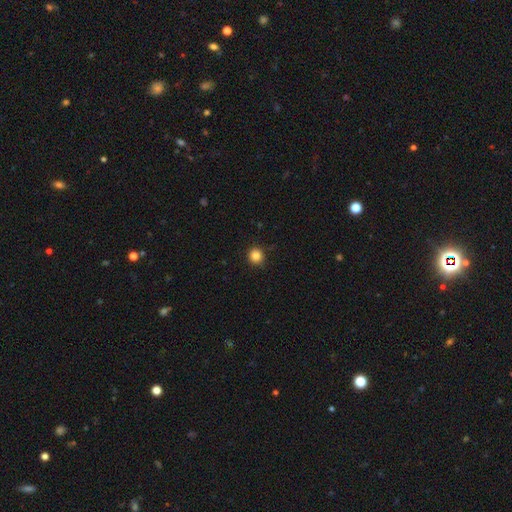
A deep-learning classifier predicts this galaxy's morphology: Smooth or featured?
  - smooth: 84% *
  - star or artifact: 11%
  - featured or disk: 4%
How rounded?
  - round: 93% *
  - in between: 6%
  - cigar-shaped: 1%
Merging?
  - none: 90% *
  - minor disturbance: 7%
  - major disturbance: 2%
  - merger: 1%